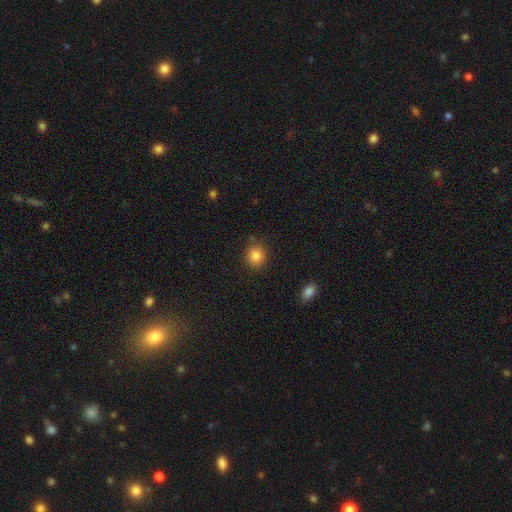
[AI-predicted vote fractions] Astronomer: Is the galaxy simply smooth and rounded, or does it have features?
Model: smooth — 85%.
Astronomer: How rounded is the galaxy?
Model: round — 84%.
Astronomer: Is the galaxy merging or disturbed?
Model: none — 85%.